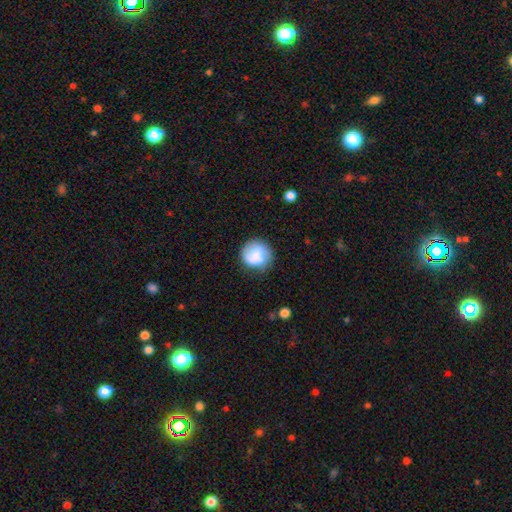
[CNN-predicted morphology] smooth-or-featured: smooth: 76% | featured or disk: 17% | star or artifact: 7%
  how-rounded: round: 90% | in between: 9% | cigar-shaped: 1%
  merging: none: 73% | minor disturbance: 19% | major disturbance: 7% | merger: 2%